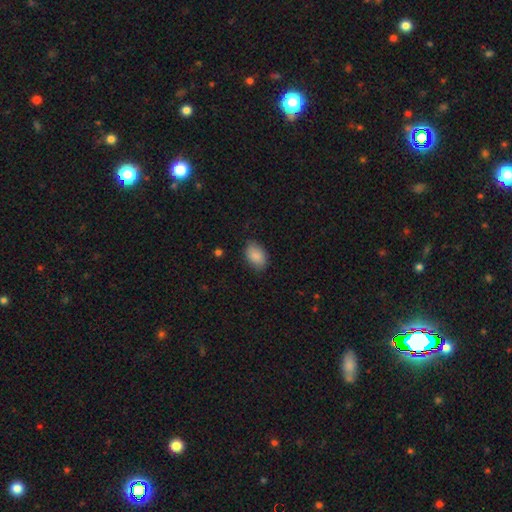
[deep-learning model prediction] A smooth galaxy with no disk features (88%) that is in between round and cigar-shaped (88%).

Vote fractions:
- Smooth or featured? smooth: 88% / star or artifact: 7% / featured or disk: 5%
- How rounded? in between: 88% / round: 10% / cigar-shaped: 1%
- Merging? none: 82% / minor disturbance: 14% / major disturbance: 3% / merger: 1%